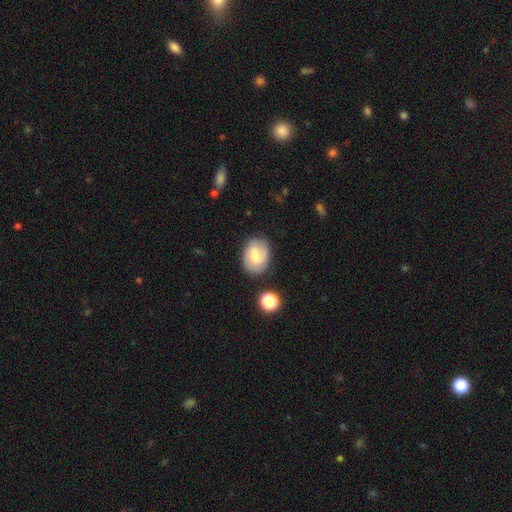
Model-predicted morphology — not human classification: Smooth or featured?
  - featured or disk: 49% *
  - smooth: 42%
  - star or artifact: 8%
Merging?
  - none: 77% *
  - minor disturbance: 15%
  - major disturbance: 5%
  - merger: 3%